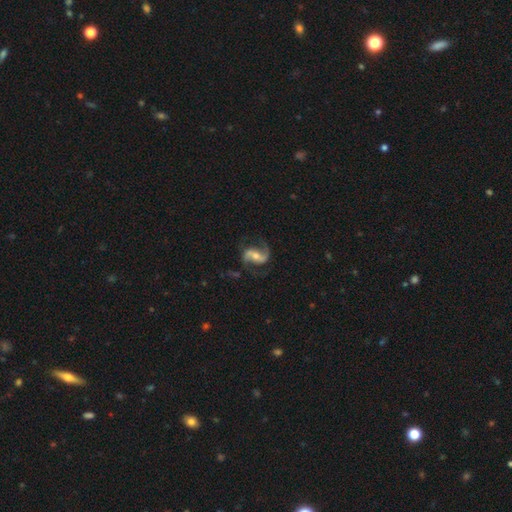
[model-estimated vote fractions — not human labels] Q: Smooth or featured?
A: featured or disk (87%); runner-up: smooth (8%)
Q: Edge-on disk?
A: no (97%); runner-up: yes (3%)
Q: Bar?
A: weak (37%); runner-up: strong (32%)
Q: Spiral arms?
A: yes (96%); runner-up: no (4%)
Q: Spiral winding?
A: loose (49%); runner-up: medium (42%)
Q: Spiral arm count?
A: 2 (92%); runner-up: 1 (3%)
Q: Bulge size?
A: moderate (55%); runner-up: small (37%)
Q: Merging?
A: none (73%); runner-up: minor disturbance (15%)